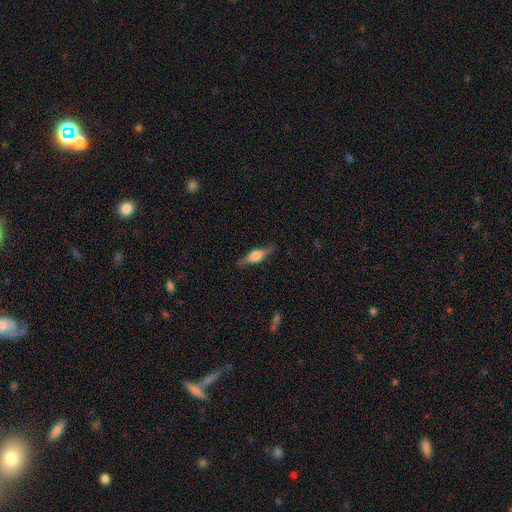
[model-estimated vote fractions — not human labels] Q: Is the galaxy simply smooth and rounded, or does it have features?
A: featured or disk — 47%.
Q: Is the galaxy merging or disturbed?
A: none — 83%.